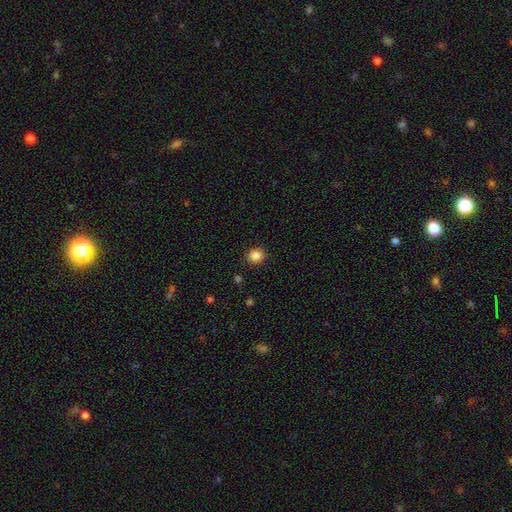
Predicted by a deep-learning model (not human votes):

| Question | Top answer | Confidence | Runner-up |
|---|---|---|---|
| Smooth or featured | smooth | 86% | star or artifact (11%) |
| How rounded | round | 79% | in between (20%) |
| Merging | none | 89% | minor disturbance (7%) |